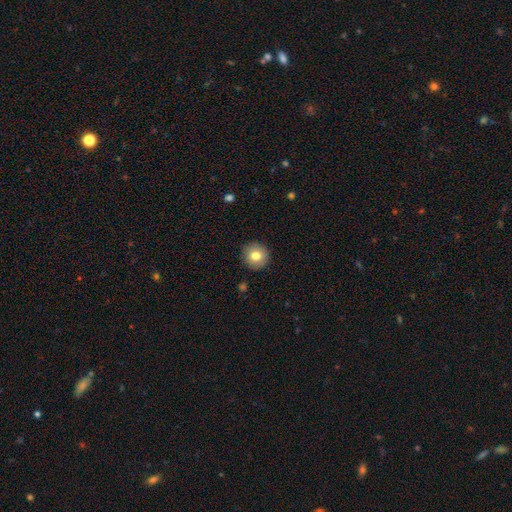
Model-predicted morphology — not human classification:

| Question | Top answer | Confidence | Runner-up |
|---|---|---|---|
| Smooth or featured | smooth | 80% | featured or disk (11%) |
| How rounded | round | 94% | in between (5%) |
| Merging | none | 91% | minor disturbance (6%) |